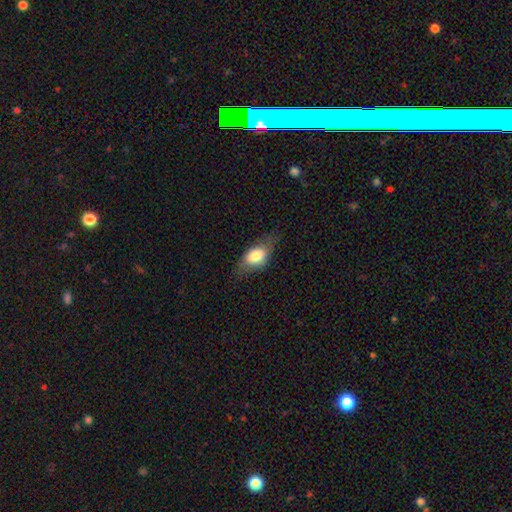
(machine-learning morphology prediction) smooth-or-featured: smooth: 72% | featured or disk: 21% | star or artifact: 7%
  how-rounded: in between: 83% | round: 10% | cigar-shaped: 7%
  merging: none: 65% | minor disturbance: 25% | major disturbance: 9% | merger: 1%